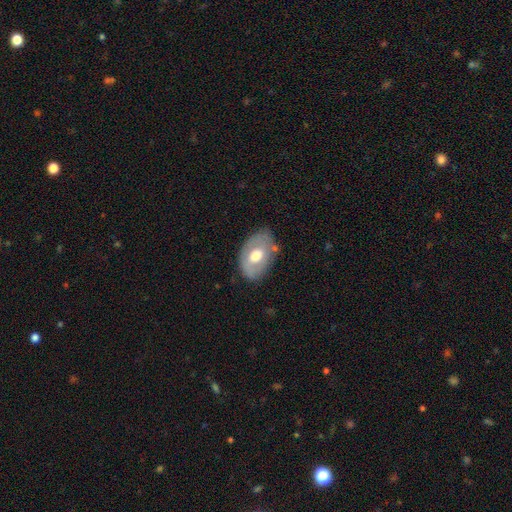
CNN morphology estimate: Overall: smooth (51%; featured or disk 43%). How rounded: in between (85%). Merging: none (65%).